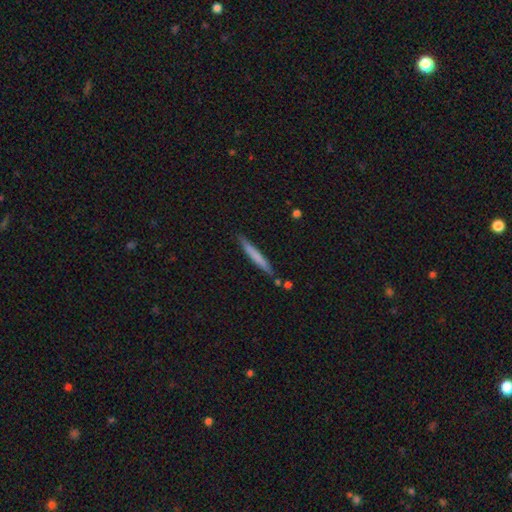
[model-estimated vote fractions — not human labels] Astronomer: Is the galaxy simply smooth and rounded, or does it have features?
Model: smooth — 68%.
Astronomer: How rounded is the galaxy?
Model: cigar-shaped — 96%.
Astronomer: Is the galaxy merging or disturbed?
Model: none — 85%.